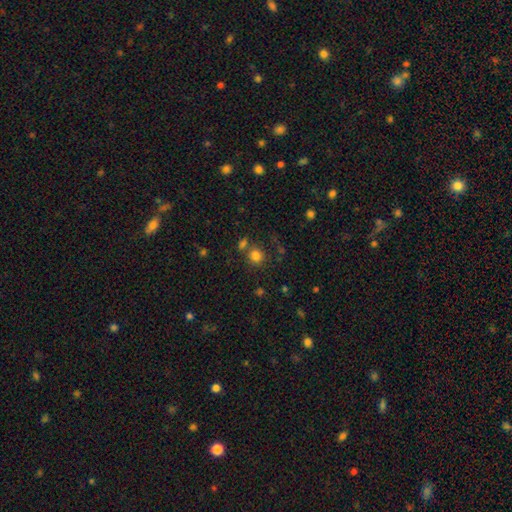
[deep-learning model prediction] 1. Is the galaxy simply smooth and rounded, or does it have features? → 80% smooth, 14% star or artifact, 6% featured or disk.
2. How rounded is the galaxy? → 83% round, 17% in between, 1% cigar-shaped.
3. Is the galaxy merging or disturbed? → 69% none, 16% merger, 10% minor disturbance, 4% major disturbance.